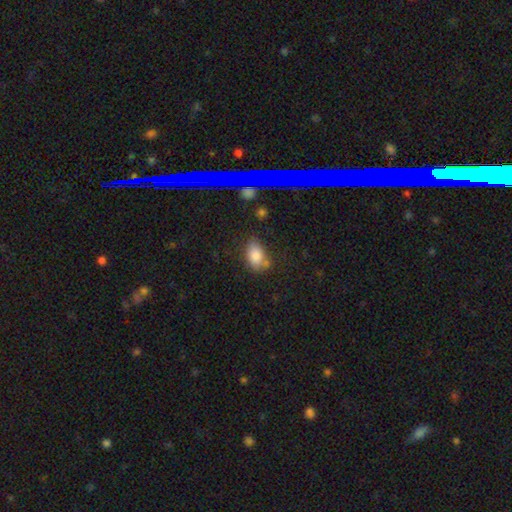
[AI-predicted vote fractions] Smooth or featured?
  - smooth: 79% *
  - star or artifact: 13%
  - featured or disk: 8%
How rounded?
  - in between: 85% *
  - round: 13%
  - cigar-shaped: 2%
Merging?
  - none: 64% *
  - minor disturbance: 23%
  - merger: 7%
  - major disturbance: 7%